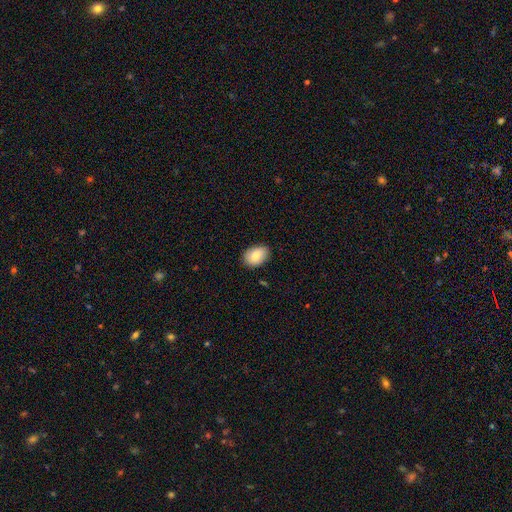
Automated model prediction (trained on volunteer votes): Smooth or featured: smooth — 83% (featured or disk — 10%)
How rounded: in between — 83% (round — 16%)
Merging: none — 85% (minor disturbance — 11%)